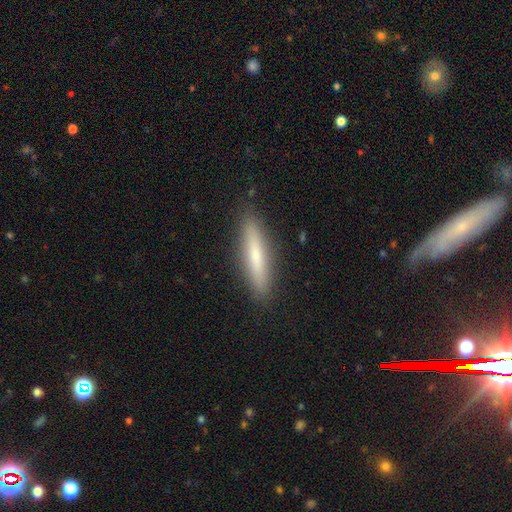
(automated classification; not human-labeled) This is likely a smooth galaxy (62%). How rounded: clearly cigar-shaped (88%). Merging: clearly none (90%).